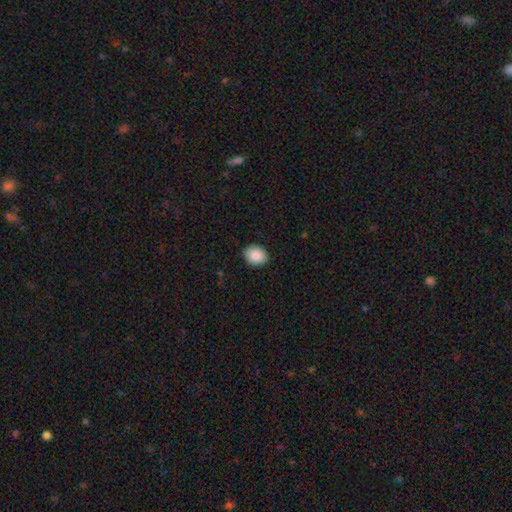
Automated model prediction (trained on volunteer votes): smooth_or_featured: smooth (p=0.87) [alt: star or artifact p=0.07]
how_rounded: in between (p=0.56) [alt: round p=0.43]
merging: none (p=0.89) [alt: minor disturbance p=0.08]